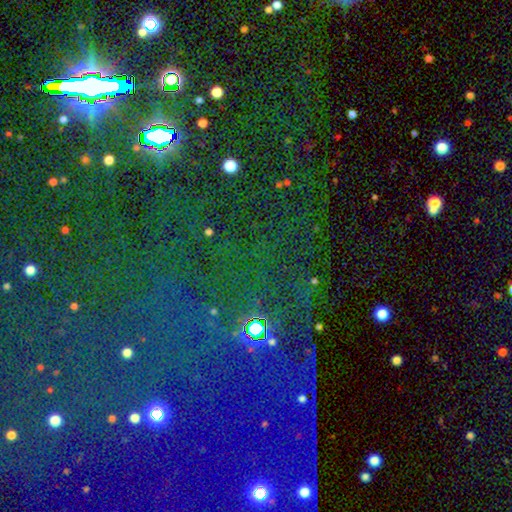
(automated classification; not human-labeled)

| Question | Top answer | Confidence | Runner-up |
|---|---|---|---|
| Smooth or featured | star or artifact | 81% | smooth (11%) |